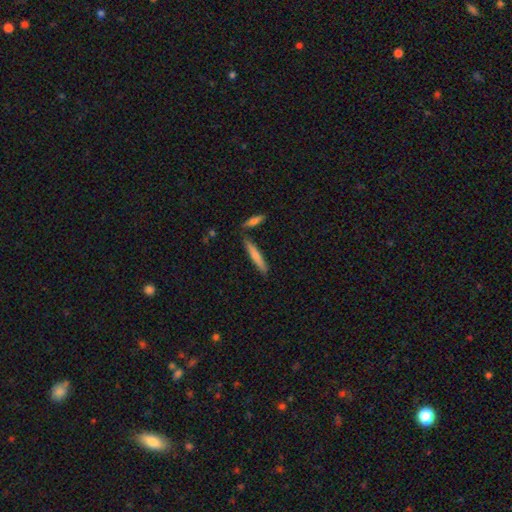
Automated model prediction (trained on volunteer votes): smooth_or_featured: smooth (p=0.74) [alt: featured or disk p=0.21]
how_rounded: cigar-shaped (p=0.92) [alt: in between p=0.07]
merging: none (p=0.81) [alt: minor disturbance p=0.10]